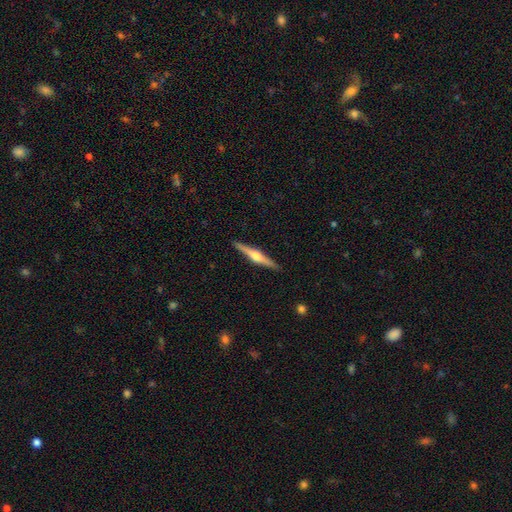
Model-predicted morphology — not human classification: The model was most divided on "smooth or featured": featured or disk: 76%, smooth: 19%, star or artifact: 5%. More confident: edge-on disk — yes (98%); merging — none (91%); edge-on bulge — rounded (90%).